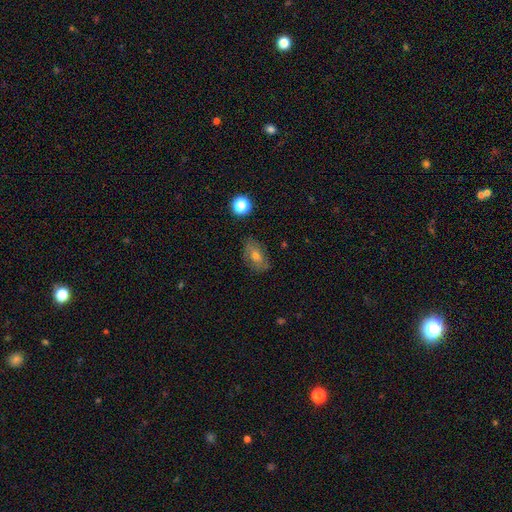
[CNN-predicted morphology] Overall: smooth (52%; featured or disk 34%). How rounded: in between (82%). Merging: none (79%).